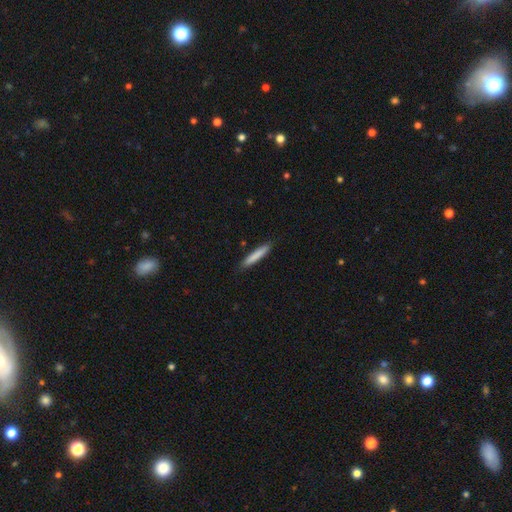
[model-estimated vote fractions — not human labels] Q: Smooth or featured?
A: smooth (81%); runner-up: featured or disk (13%)
Q: How rounded?
A: cigar-shaped (93%); runner-up: in between (6%)
Q: Merging?
A: none (87%); runner-up: minor disturbance (10%)